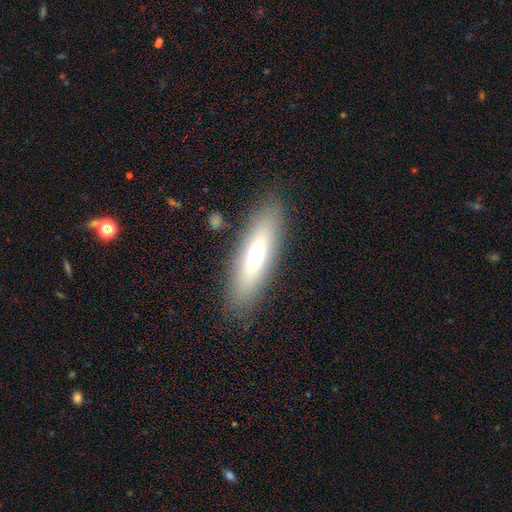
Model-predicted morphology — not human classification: Smooth or featured? smooth (64%)
How rounded? cigar-shaped (52%)
Merging? none (86%)